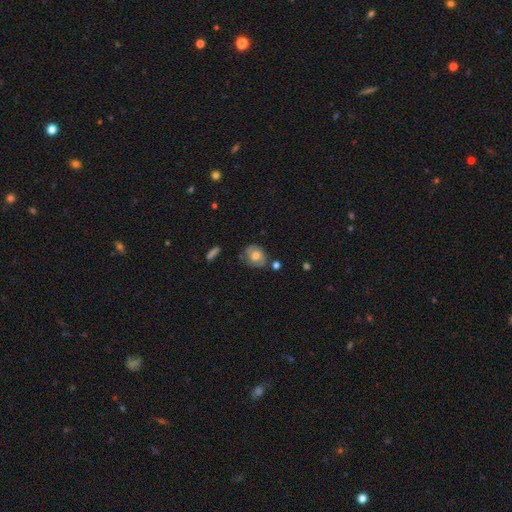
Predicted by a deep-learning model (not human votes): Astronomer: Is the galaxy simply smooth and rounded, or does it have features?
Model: smooth — 50% (runner-up: featured or disk, 42%).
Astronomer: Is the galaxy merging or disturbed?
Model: none — 64%.